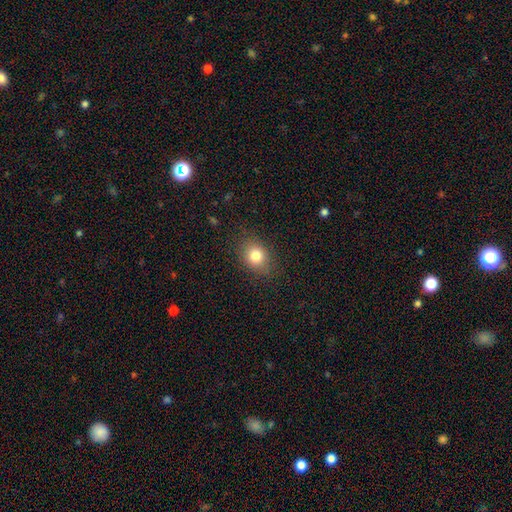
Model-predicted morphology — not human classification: The model was most divided on "how rounded": in between: 51%, round: 48%, cigar-shaped: 1%. More confident: merging — none (84%); smooth or featured — smooth (81%).